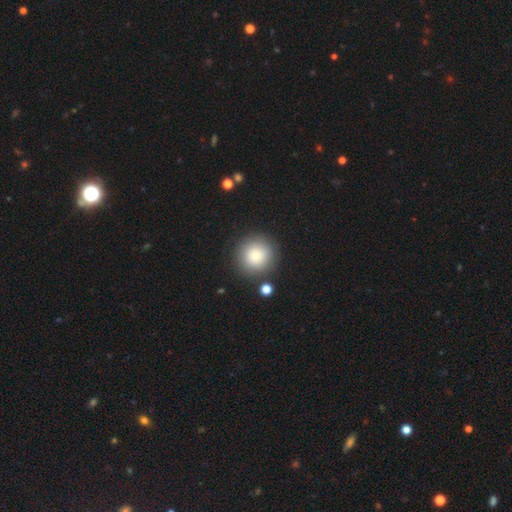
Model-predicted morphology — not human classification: This appears to be a smooth galaxy with no disk features (84%) that is round (94%). Merging: none (84%).